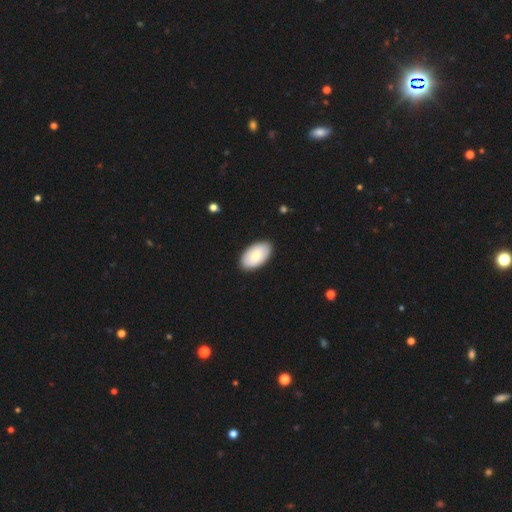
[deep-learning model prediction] Q: Smooth or featured?
A: smooth (73%); runner-up: featured or disk (21%)
Q: How rounded?
A: in between (95%); runner-up: round (3%)
Q: Merging?
A: none (90%); runner-up: minor disturbance (8%)